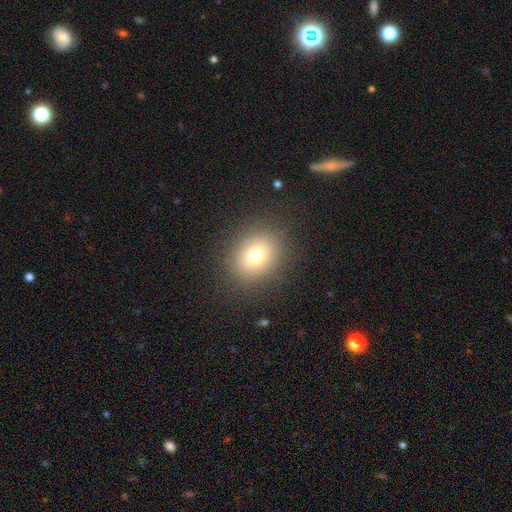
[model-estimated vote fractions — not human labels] A smooth galaxy with no disk features (74%) that is round (61%).

Vote fractions:
- Smooth or featured? smooth: 74% / star or artifact: 13% / featured or disk: 12%
- How rounded? round: 61% / in between: 38% / cigar-shaped: 1%
- Merging? none: 87% / minor disturbance: 8% / major disturbance: 4% / merger: 1%